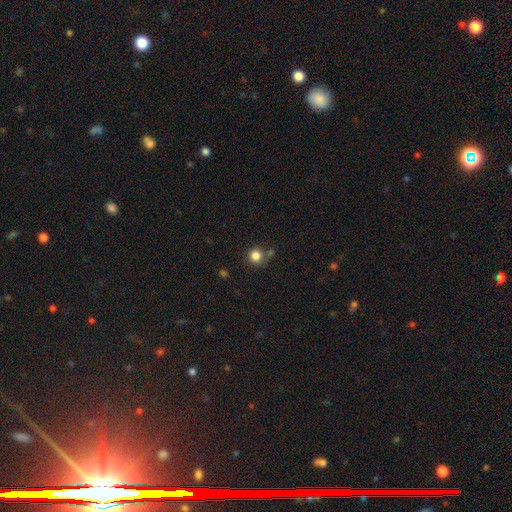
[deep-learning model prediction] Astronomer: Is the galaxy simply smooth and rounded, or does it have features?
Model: smooth — 83%.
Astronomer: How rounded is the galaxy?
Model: round — 94%.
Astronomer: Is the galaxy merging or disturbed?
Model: none — 75%.